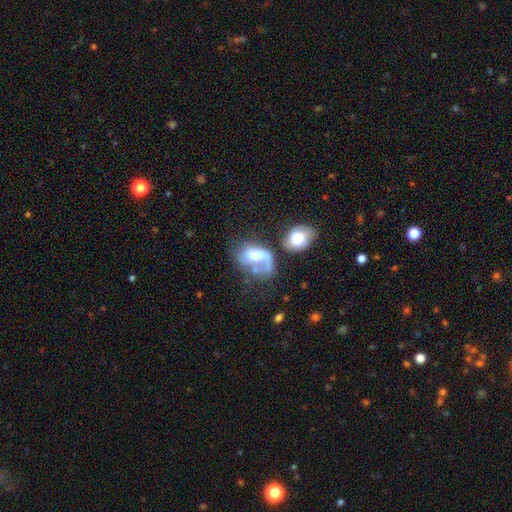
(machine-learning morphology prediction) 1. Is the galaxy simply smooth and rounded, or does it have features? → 49% featured or disk, 42% smooth, 9% star or artifact.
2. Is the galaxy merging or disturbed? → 33% merger, 31% major disturbance, 22% none, 14% minor disturbance.